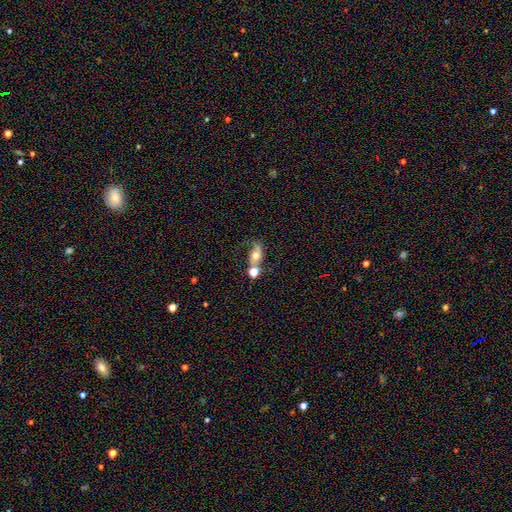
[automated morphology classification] Overall: smooth (47%; featured or disk 41%). Merging: none (36%; merger 35%).